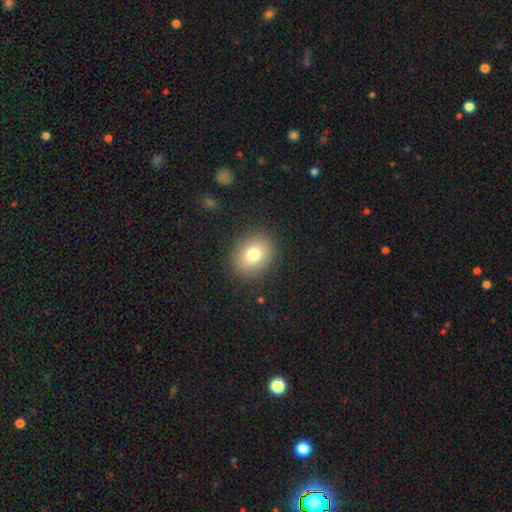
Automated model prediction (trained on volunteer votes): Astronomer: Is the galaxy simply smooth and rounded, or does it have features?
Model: smooth — 72%.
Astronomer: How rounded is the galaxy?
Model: round — 64%.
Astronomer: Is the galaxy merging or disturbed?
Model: none — 91%.